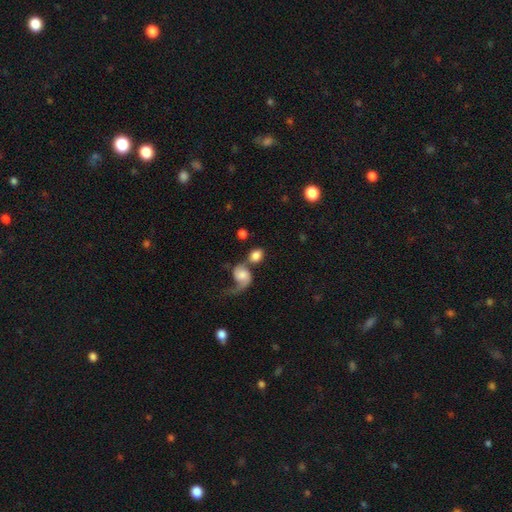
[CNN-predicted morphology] smooth-or-featured: smooth: 69% | featured or disk: 22% | star or artifact: 8%
  how-rounded: round: 61% | in between: 38% | cigar-shaped: 2%
  merging: merger: 45% | none: 32% | major disturbance: 13% | minor disturbance: 10%